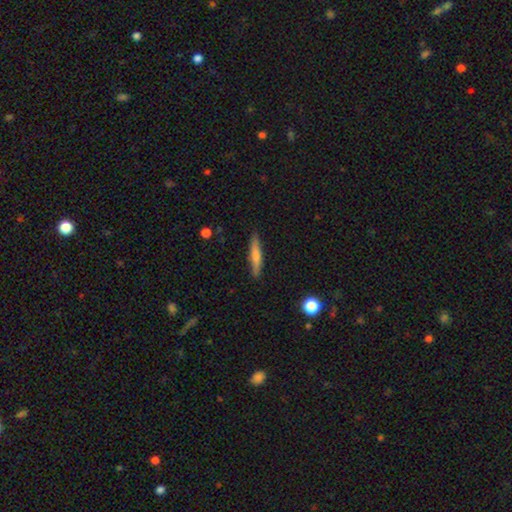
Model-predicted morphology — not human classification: The model was most divided on "smooth or featured": smooth: 70%, featured or disk: 24%, star or artifact: 6%. More confident: how rounded — cigar-shaped (90%); merging — none (85%).